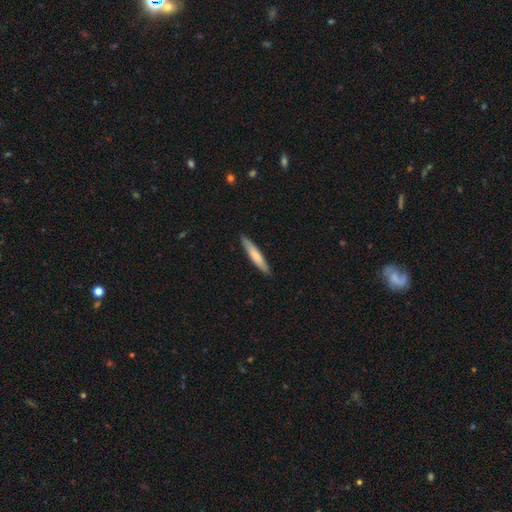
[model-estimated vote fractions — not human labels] Smooth or featured? Predicted: smooth (p=0.73). How rounded? Predicted: cigar-shaped (p=0.91). Merging? Predicted: none (p=0.90).